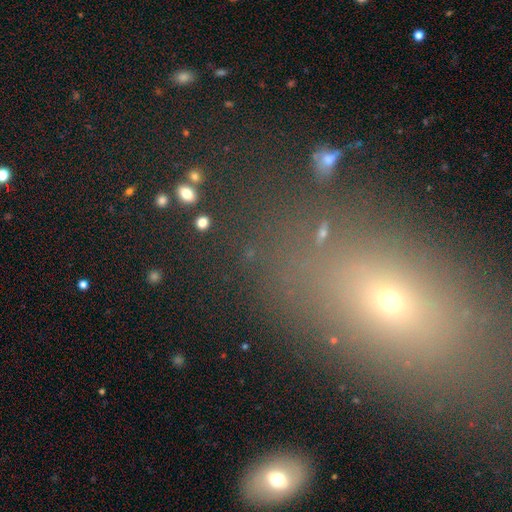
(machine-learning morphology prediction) This is marginally a smooth galaxy (44%). Merging: likely none (73%).